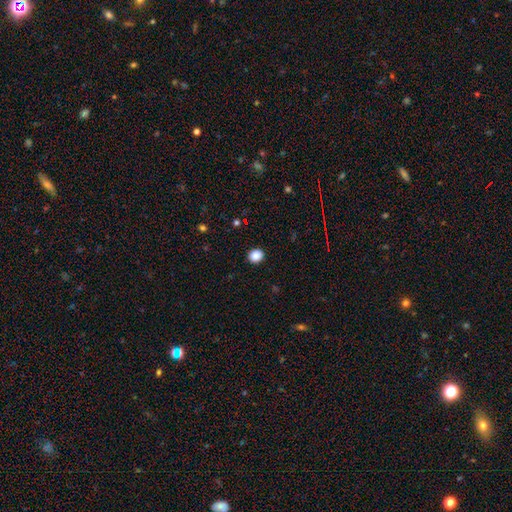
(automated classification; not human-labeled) smooth_or_featured: smooth (p=0.87) [alt: star or artifact p=0.10]
how_rounded: round (p=0.80) [alt: in between p=0.20]
merging: none (p=0.92) [alt: minor disturbance p=0.05]